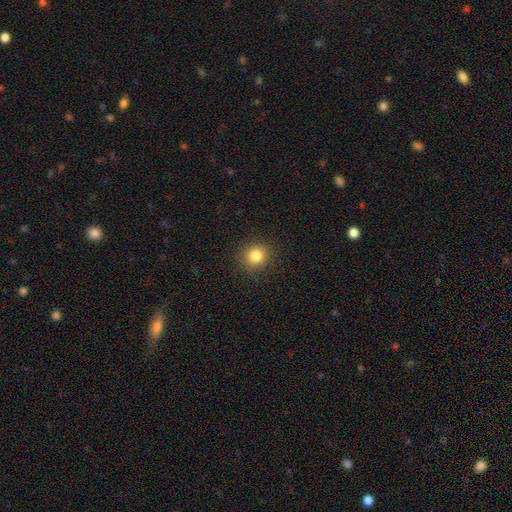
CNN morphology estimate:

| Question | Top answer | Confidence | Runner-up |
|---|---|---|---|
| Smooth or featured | smooth | 83% | star or artifact (12%) |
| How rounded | round | 88% | in between (11%) |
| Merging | none | 90% | minor disturbance (7%) |